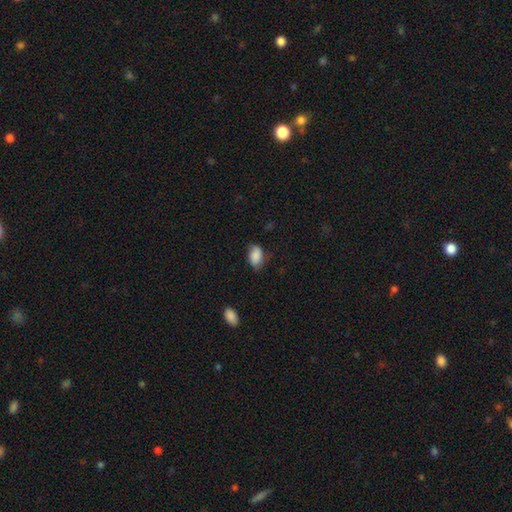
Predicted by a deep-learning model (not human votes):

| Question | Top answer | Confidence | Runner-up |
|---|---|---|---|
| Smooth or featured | smooth | 81% | featured or disk (11%) |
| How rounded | in between | 88% | round (10%) |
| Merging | none | 61% | minor disturbance (30%) |